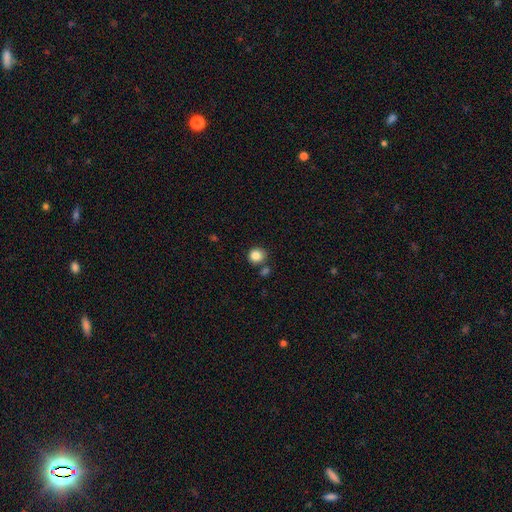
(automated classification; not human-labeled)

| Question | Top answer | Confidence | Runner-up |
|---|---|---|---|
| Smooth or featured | smooth | 85% | star or artifact (10%) |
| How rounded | round | 89% | in between (10%) |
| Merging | none | 77% | merger (10%) |